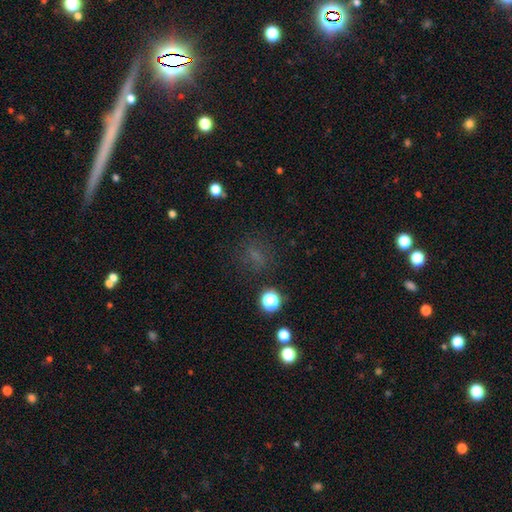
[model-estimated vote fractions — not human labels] smooth_or_featured: smooth (p=0.54) [alt: star or artifact p=0.32]
how_rounded: round (p=0.57) [alt: in between p=0.38]
merging: none (p=0.75) [alt: minor disturbance p=0.13]